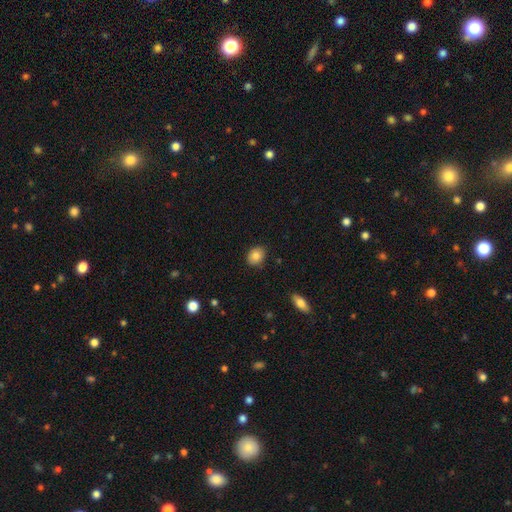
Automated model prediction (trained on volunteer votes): The model was most divided on "how rounded": in between: 50%, round: 49%, cigar-shaped: 1%. More confident: merging — none (84%); smooth or featured — smooth (84%).